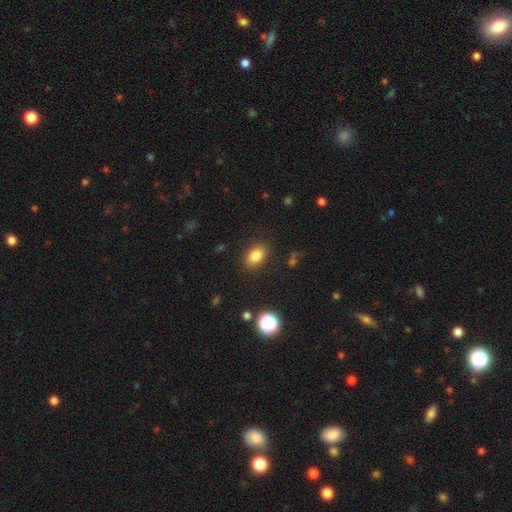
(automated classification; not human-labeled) smooth-or-featured: smooth: 83% | star or artifact: 11% | featured or disk: 7%
  how-rounded: in between: 81% | round: 17% | cigar-shaped: 1%
  merging: none: 86% | minor disturbance: 10% | major disturbance: 3% | merger: 1%